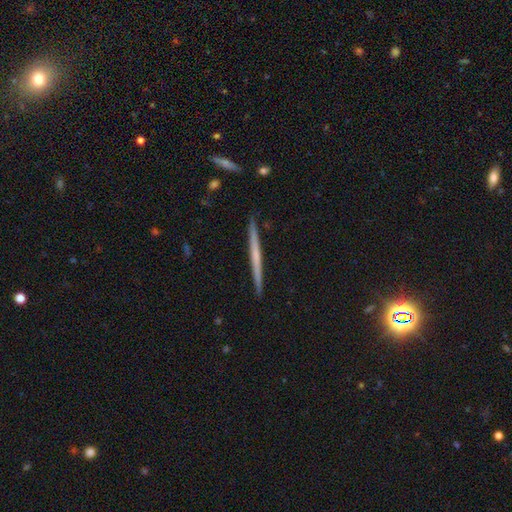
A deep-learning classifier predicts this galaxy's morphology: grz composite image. It shows a featured or disk galaxy (56%) viewed edge-on (98%) with no central bulge (84%). Merging: none (92%).